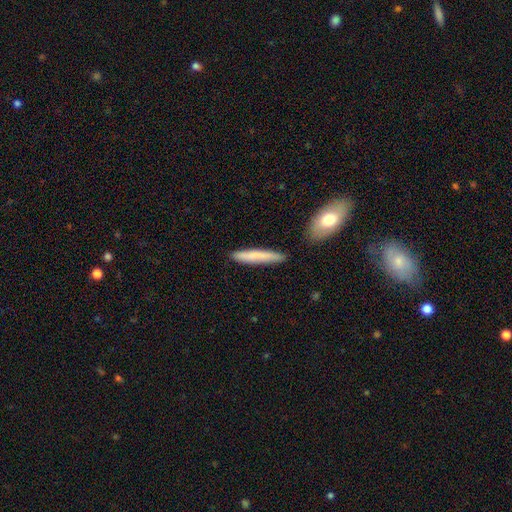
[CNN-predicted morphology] A smooth galaxy with no disk features (76%) that is cigar-shaped (92%).

Vote fractions:
- Smooth or featured? smooth: 76% / featured or disk: 19% / star or artifact: 5%
- How rounded? cigar-shaped: 92% / in between: 6% / round: 1%
- Merging? none: 85% / minor disturbance: 10% / merger: 3% / major disturbance: 2%